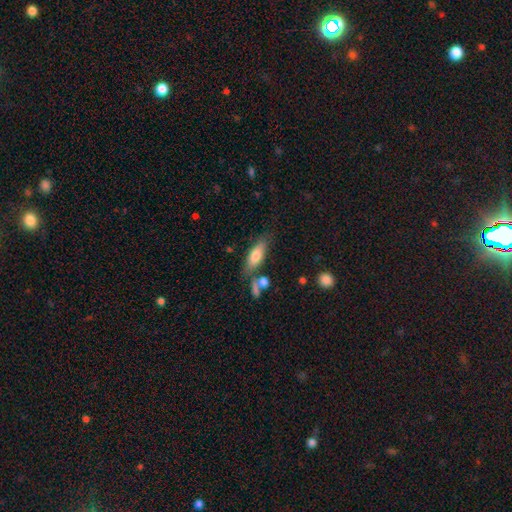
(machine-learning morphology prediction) This appears to be a smooth galaxy with no disk features (71%) that is in between round and cigar-shaped (62%). Merging: none (66%).